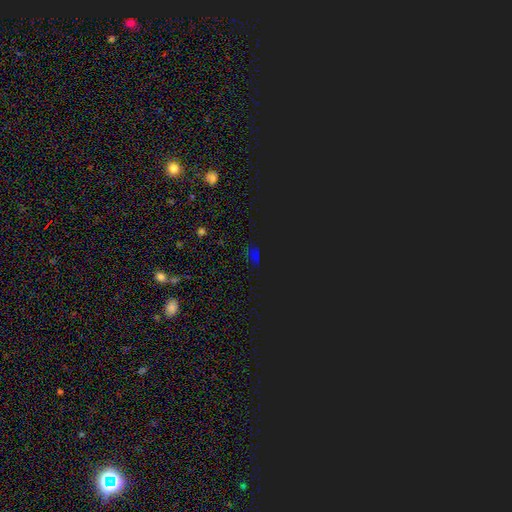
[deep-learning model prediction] star or artifact 73%, smooth 20%, featured or disk 7%.